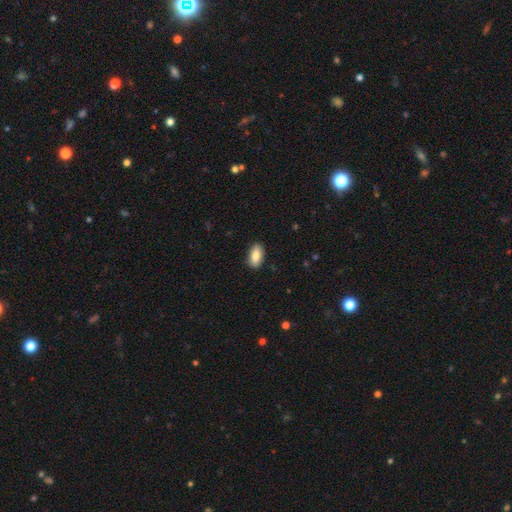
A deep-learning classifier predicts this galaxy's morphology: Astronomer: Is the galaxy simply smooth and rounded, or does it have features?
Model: smooth — 84%.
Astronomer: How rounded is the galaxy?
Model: in between — 92%.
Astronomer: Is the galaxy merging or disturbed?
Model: none — 89%.